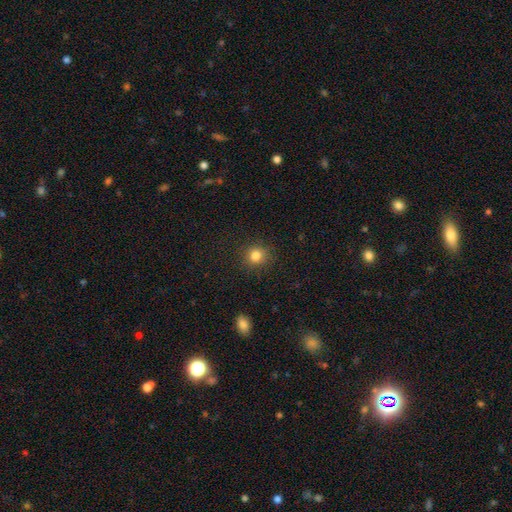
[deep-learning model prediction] Smooth or featured?
  - smooth: 83% *
  - star or artifact: 12%
  - featured or disk: 5%
How rounded?
  - round: 82% *
  - in between: 17%
  - cigar-shaped: 1%
Merging?
  - none: 87% *
  - minor disturbance: 9%
  - major disturbance: 3%
  - merger: 1%